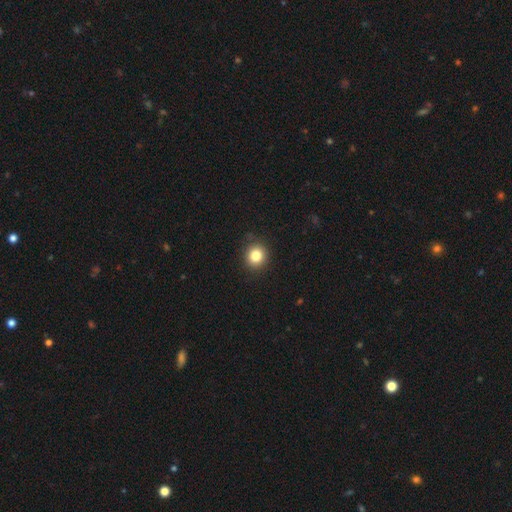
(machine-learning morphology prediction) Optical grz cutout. It shows a smooth galaxy with no disk features (83%) that is round (86%). Merging: none (89%).